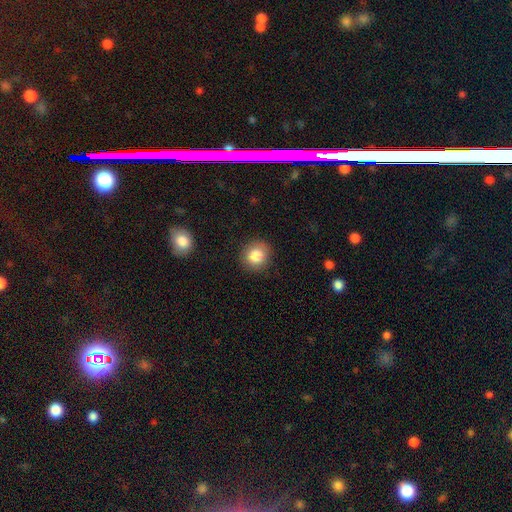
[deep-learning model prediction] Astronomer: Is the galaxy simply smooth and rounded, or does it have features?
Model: smooth — 84%.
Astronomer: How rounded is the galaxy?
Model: round — 87%.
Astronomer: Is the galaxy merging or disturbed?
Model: none — 88%.